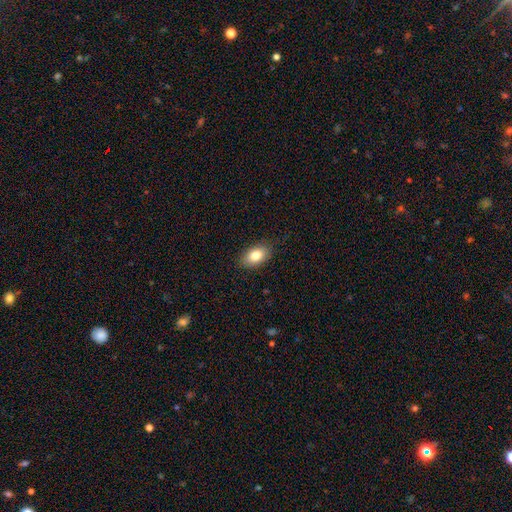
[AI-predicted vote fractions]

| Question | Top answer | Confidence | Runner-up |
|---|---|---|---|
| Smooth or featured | smooth | 83% | featured or disk (9%) |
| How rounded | in between | 89% | round (9%) |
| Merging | none | 84% | minor disturbance (12%) |